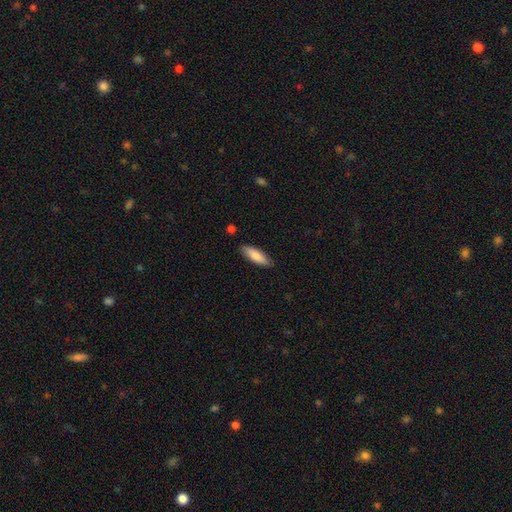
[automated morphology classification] Smooth or featured? Predicted: smooth (p=0.83). How rounded? Predicted: in between (p=0.56). Merging? Predicted: none (p=0.86).